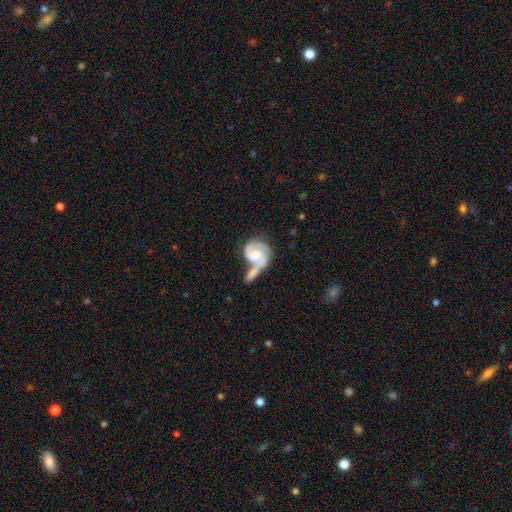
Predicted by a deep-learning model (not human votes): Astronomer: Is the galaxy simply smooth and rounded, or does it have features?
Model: featured or disk — 78%.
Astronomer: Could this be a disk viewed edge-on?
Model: no — 98%.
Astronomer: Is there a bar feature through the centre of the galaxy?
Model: no — 56% (runner-up: weak, 35%).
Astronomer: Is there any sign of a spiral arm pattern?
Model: yes — 93%.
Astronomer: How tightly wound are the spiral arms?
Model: medium — 47% (runner-up: tight, 33%).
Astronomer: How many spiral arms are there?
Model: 2 — 75%.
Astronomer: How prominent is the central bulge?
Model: moderate — 36% (runner-up: small, 34%).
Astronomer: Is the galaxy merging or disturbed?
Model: merger — 53%.